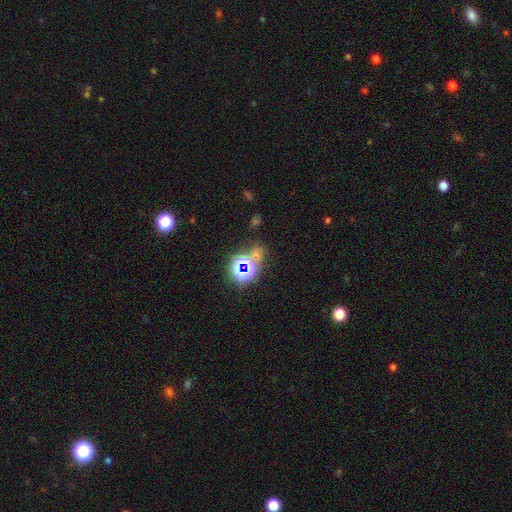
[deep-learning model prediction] Smooth or featured? star or artifact (63%)